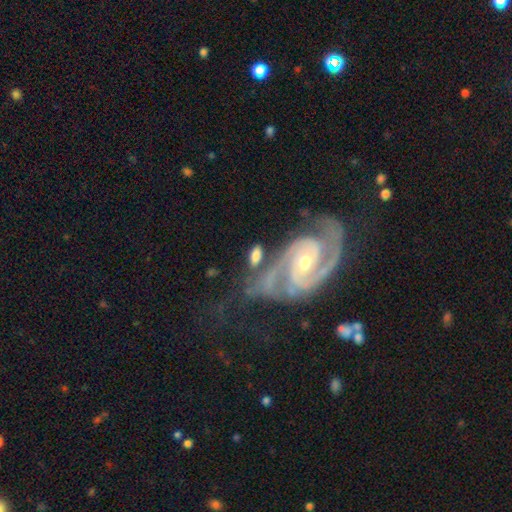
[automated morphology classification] Smooth or featured? Predicted: featured or disk (p=0.47). Merging? Predicted: none (p=0.54).